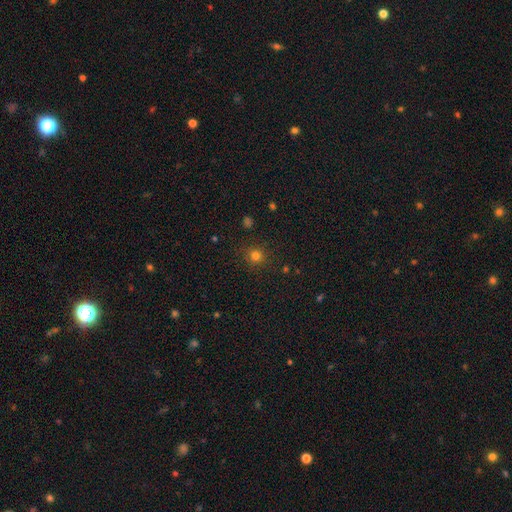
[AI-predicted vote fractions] A smooth galaxy with no disk features (79%) that is round (89%). Merging: none (88%).